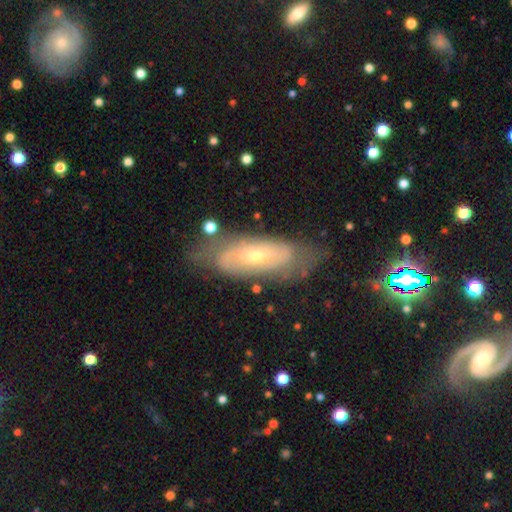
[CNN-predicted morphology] featured or disk 65%, smooth 27%, star or artifact 8%. Down the decision tree: edge-on disk — no (83%); bar — no (70%); spiral arms — yes (68%); bulge size — small (57%); merging — none (70%).